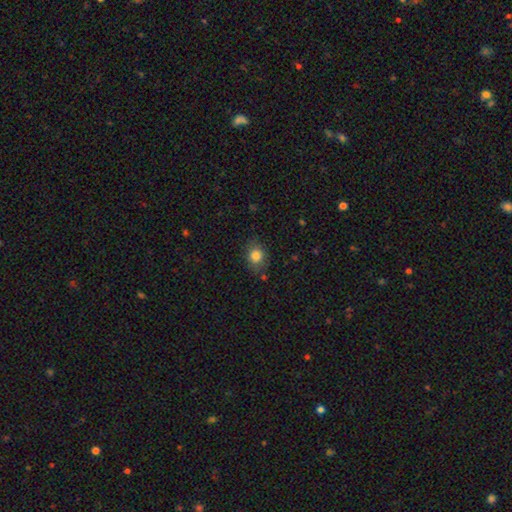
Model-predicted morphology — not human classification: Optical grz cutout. It shows a smooth galaxy with no disk features (82%) that is round (55%). Merging: none (78%).